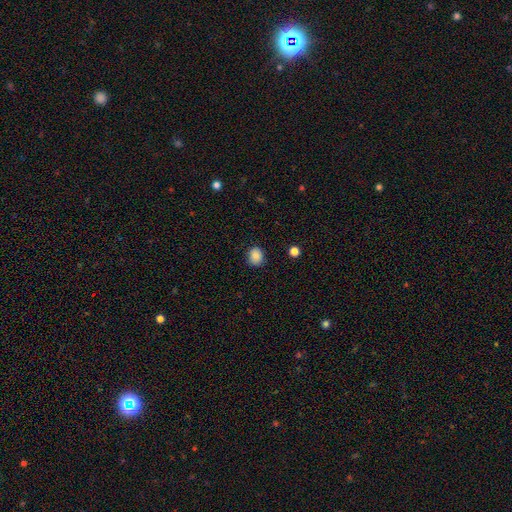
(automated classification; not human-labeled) smooth 86%, star or artifact 10%, featured or disk 4%. Down the decision tree: how rounded — round (68%); merging — none (85%).